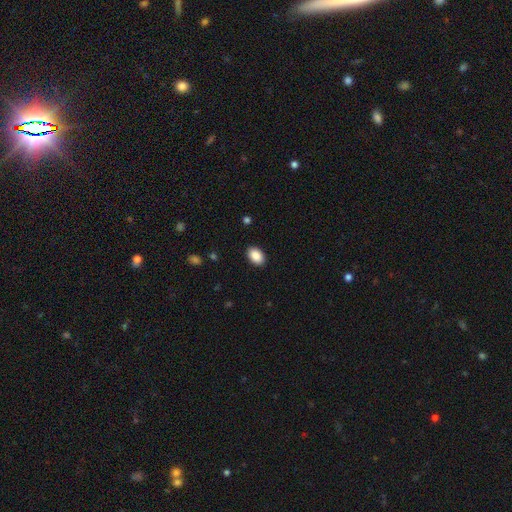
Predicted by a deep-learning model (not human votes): Q: Smooth or featured?
A: smooth (89%); runner-up: star or artifact (7%)
Q: How rounded?
A: in between (87%); runner-up: round (11%)
Q: Merging?
A: none (89%); runner-up: minor disturbance (8%)